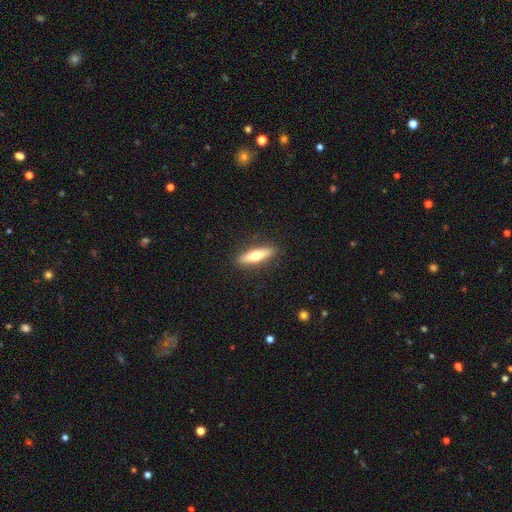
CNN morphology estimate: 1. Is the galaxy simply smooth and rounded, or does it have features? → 59% smooth, 35% featured or disk, 6% star or artifact.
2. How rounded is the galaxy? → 72% cigar-shaped, 26% in between, 2% round.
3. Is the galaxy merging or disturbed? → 90% none, 7% minor disturbance, 2% major disturbance, 1% merger.